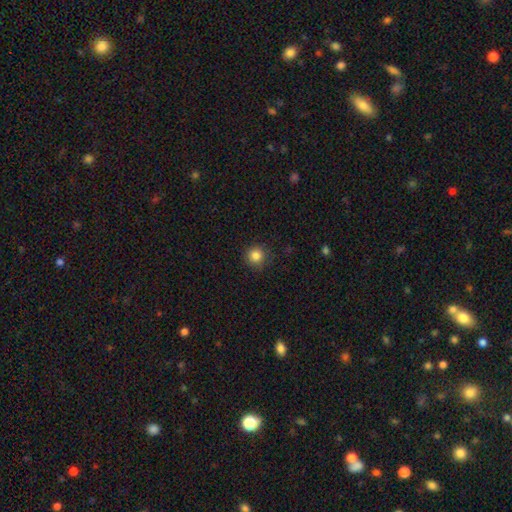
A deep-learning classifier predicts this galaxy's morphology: Overall: smooth (84%). How rounded: round (95%). Merging: none (89%).